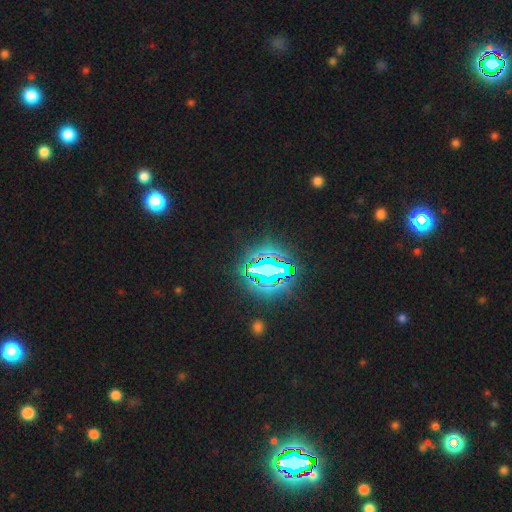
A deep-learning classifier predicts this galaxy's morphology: A star or artifact, not a galaxy (79%).

Vote fractions:
- Smooth or featured? star or artifact: 79% / smooth: 12% / featured or disk: 9%